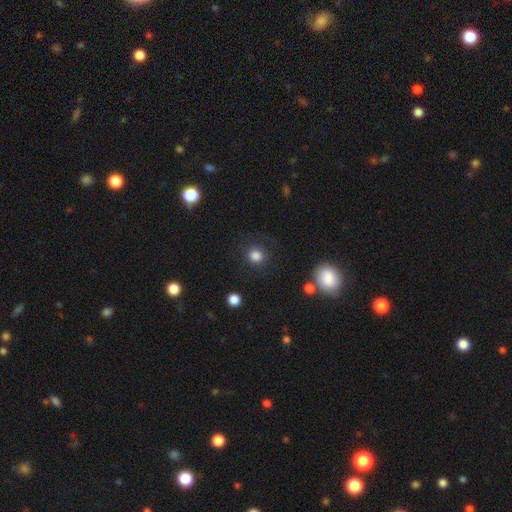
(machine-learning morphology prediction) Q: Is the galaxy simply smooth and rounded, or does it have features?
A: smooth — 83%.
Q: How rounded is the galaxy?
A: round — 89%.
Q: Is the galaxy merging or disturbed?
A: none — 80%.